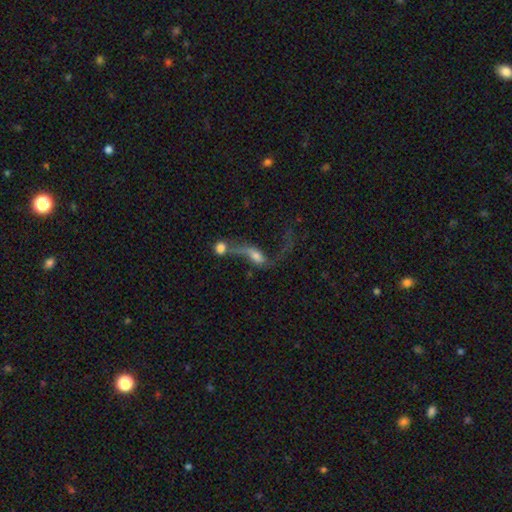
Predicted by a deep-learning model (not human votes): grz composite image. It shows a featured or disk galaxy (65%) with no bar (53%), spiral arms (78%) and a moderate central bulge (38%). Merging: merger (47%).